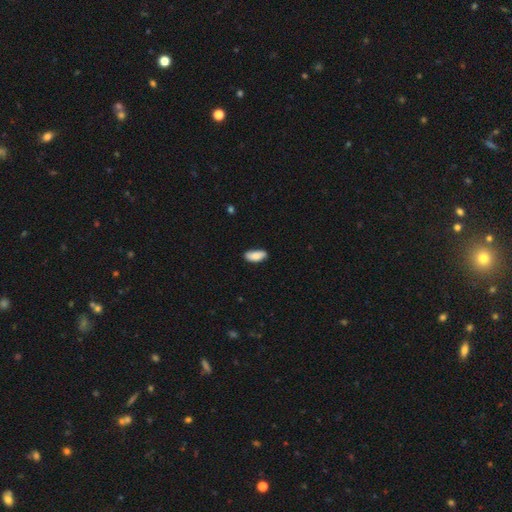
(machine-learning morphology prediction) smooth-or-featured: smooth: 87% | featured or disk: 7% | star or artifact: 6%
  how-rounded: in between: 91% | cigar-shaped: 7% | round: 2%
  merging: none: 78% | minor disturbance: 18% | major disturbance: 3% | merger: 1%